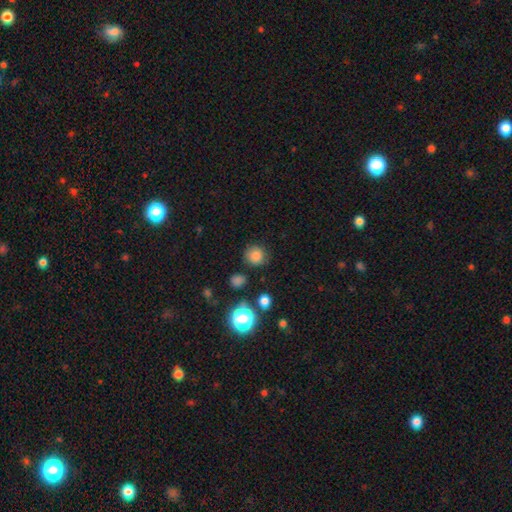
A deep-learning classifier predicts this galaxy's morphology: Smooth or featured: smooth — 81% (star or artifact — 14%)
How rounded: round — 89% (in between — 10%)
Merging: none — 81% (minor disturbance — 12%)